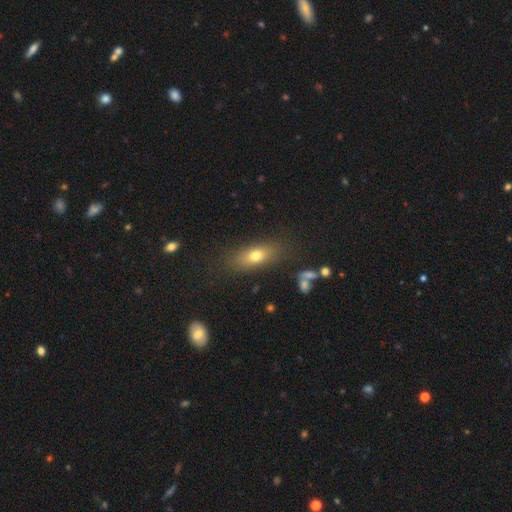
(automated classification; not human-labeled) Morphology: type=smooth (71%); roundness=in between (71%); merging=none (79%).